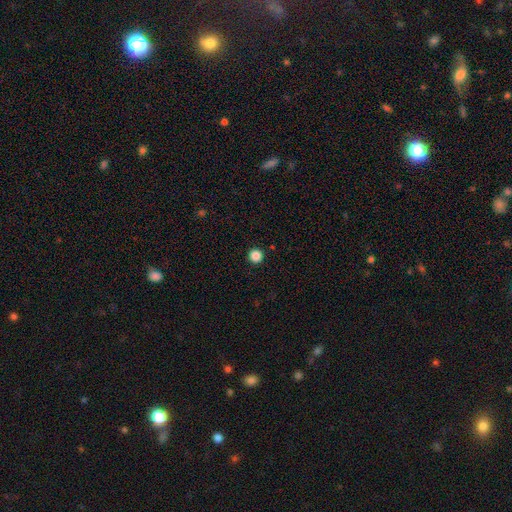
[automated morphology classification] This appears to be a smooth galaxy with no disk features (86%) that is round (97%). Merging: none (94%).